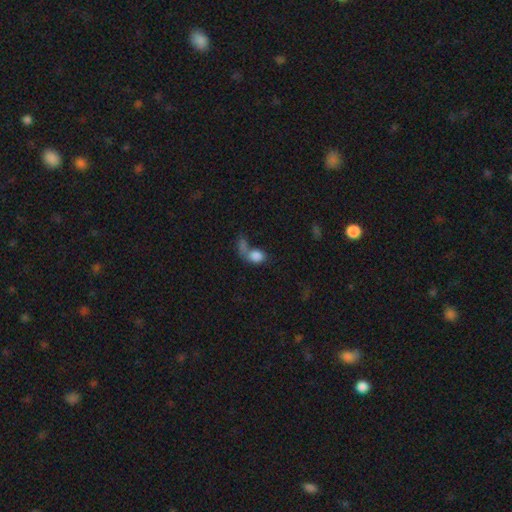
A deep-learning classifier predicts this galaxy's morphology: This is clearly a smooth galaxy (81%). How rounded: likely in between (62%). Merging: possibly merger (50%).